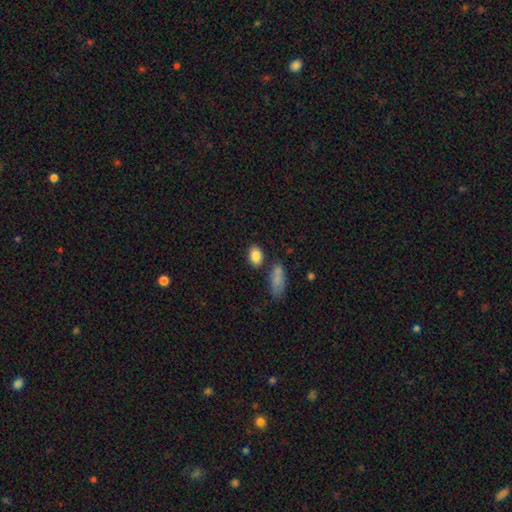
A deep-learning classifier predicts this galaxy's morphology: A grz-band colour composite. It shows a smooth galaxy with no disk features (86%) that is in between round and cigar-shaped (82%). Merging: none (76%).